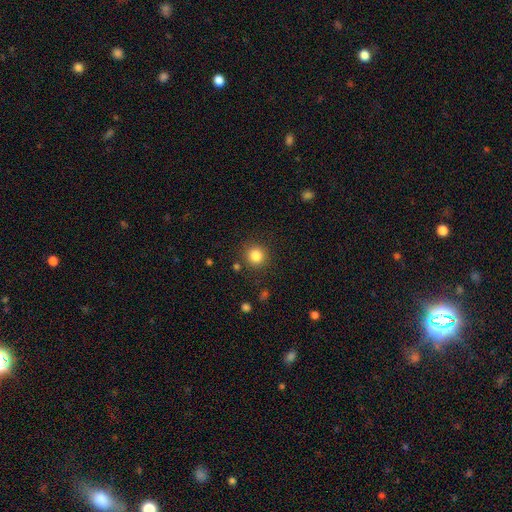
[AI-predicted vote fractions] Morphology: type=smooth (84%); roundness=round (93%); merging=none (88%).